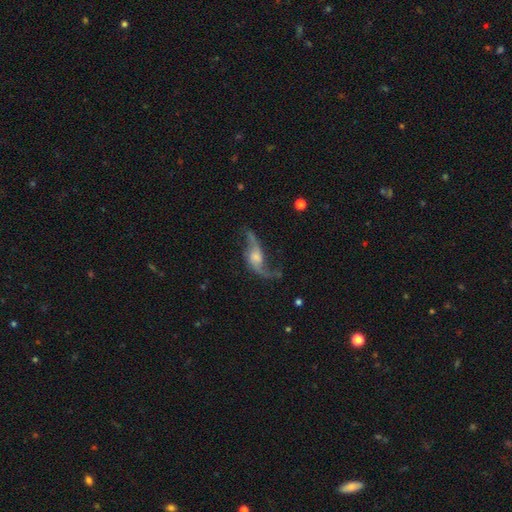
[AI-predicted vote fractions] smooth-or-featured: featured or disk: 84% | star or artifact: 8% | smooth: 8%
  disk-edge-on: no: 88% | yes: 12%
    bar: no: 57% | weak: 32% | strong: 11%
    has-spiral-arms: yes: 94% | no: 6%
      spiral-winding: loose: 87% | medium: 10% | tight: 3%
      spiral-arm-count: 2: 90% | 1: 4% | can't tell: 2% | 3: 1% | 4: 1% | more than 4: 1%
    bulge-size: moderate: 47% | small: 28% | large: 15% | none: 8% | dominant: 3%
  merging: none: 62% | minor disturbance: 18% | major disturbance: 17% | merger: 3%